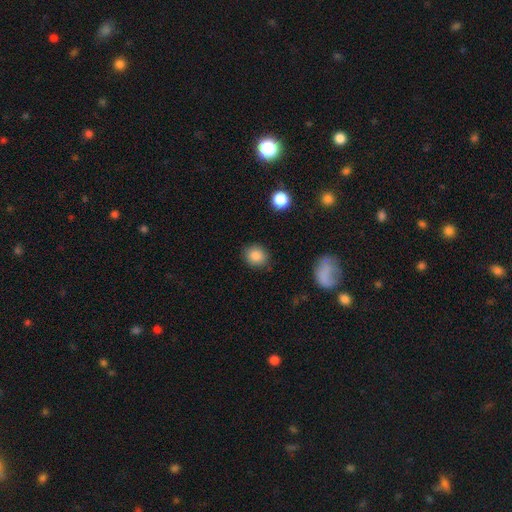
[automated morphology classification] smooth 86%, star or artifact 9%, featured or disk 5%. Down the decision tree: how rounded — round (72%); merging — none (87%).